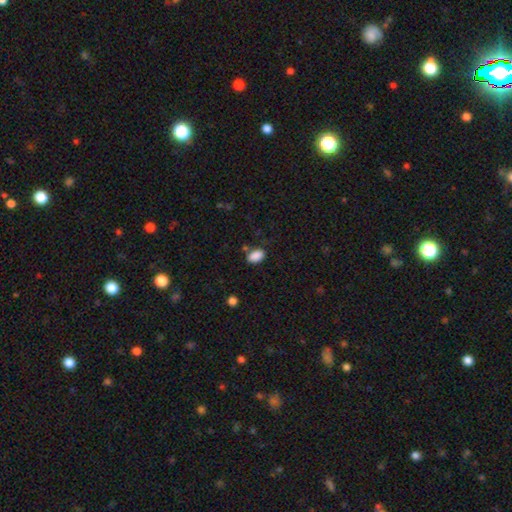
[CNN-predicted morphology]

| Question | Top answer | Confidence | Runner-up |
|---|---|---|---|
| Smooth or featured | smooth | 88% | star or artifact (9%) |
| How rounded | in between | 88% | round (10%) |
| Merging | none | 75% | minor disturbance (16%) |